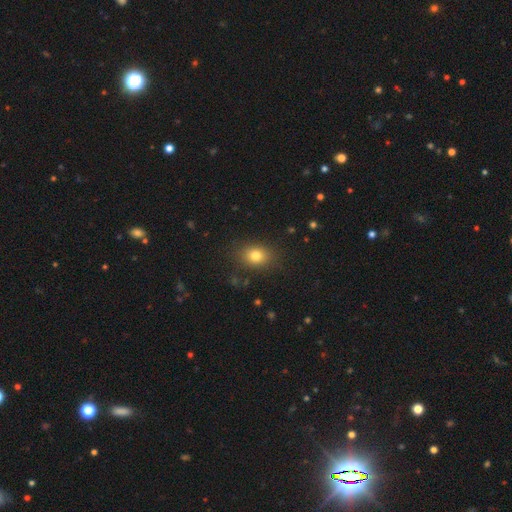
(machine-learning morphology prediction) A smooth galaxy with no disk features (79%) that is in between round and cigar-shaped (55%). Merging: none (85%).